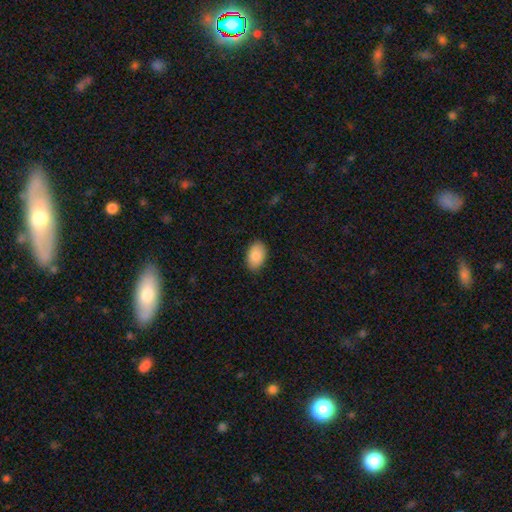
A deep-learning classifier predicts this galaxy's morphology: smooth-or-featured: smooth: 89% | star or artifact: 6% | featured or disk: 5%
  how-rounded: in between: 91% | round: 8% | cigar-shaped: 1%
  merging: none: 85% | minor disturbance: 11% | major disturbance: 2% | merger: 1%